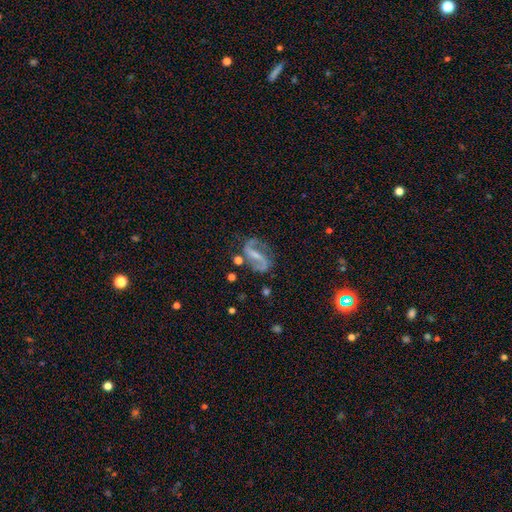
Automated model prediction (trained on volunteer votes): The model was most divided on "spiral winding": loose: 48%, medium: 41%, tight: 11%. More confident: edge-on disk — no (97%); spiral arms — yes (95%); spiral arm count — 2 (91%); smooth or featured — featured or disk (87%); merging — none (68%); bulge size — small (56%); bar — strong (51%).